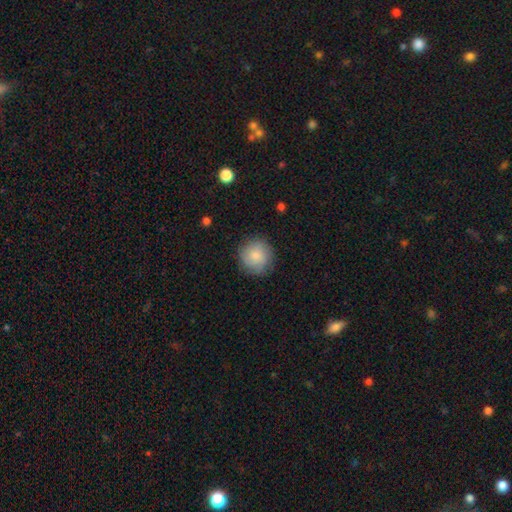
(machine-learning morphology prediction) smooth_or_featured: smooth (p=0.84) [alt: featured or disk p=0.10]
how_rounded: round (p=0.94) [alt: in between p=0.05]
merging: none (p=0.84) [alt: minor disturbance p=0.12]